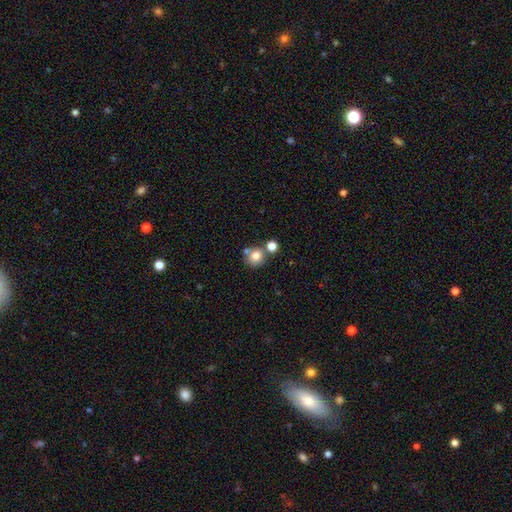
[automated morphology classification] Smooth or featured? Predicted: smooth (p=0.79). How rounded? Predicted: round (p=0.85). Merging? Predicted: none (p=0.59).